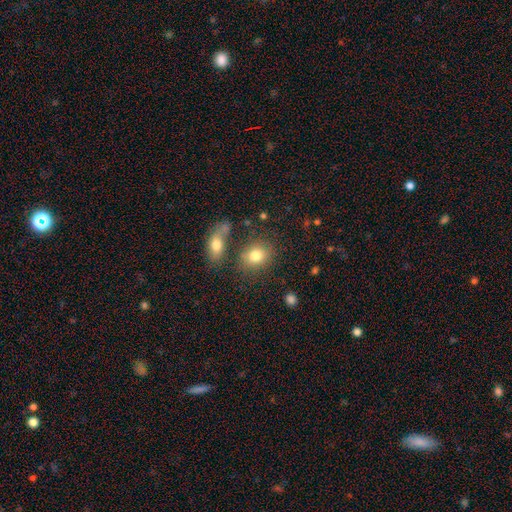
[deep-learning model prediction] This is likely a smooth galaxy (79%). How rounded: possibly round (55%). Merging: likely none (68%).